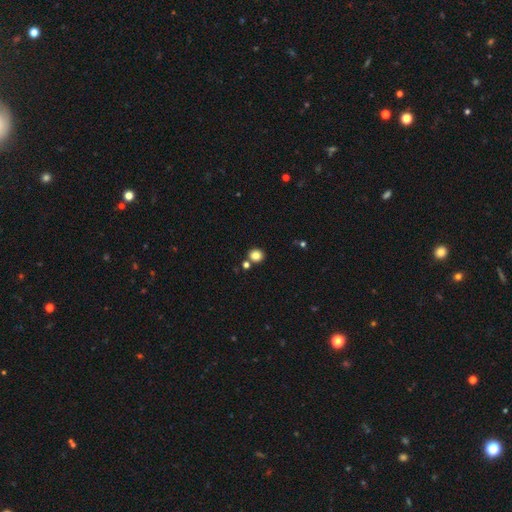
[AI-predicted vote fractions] Smooth or featured?
  - smooth: 83% *
  - star or artifact: 12%
  - featured or disk: 5%
How rounded?
  - round: 86% *
  - in between: 13%
  - cigar-shaped: 1%
Merging?
  - none: 79% *
  - merger: 11%
  - minor disturbance: 8%
  - major disturbance: 2%